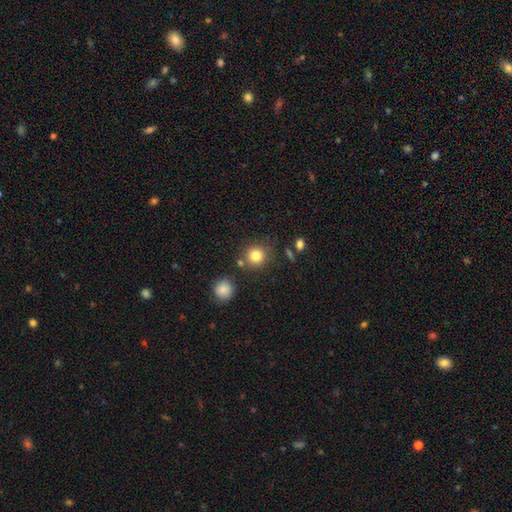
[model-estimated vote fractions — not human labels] A smooth galaxy with no disk features (82%) that is round (90%).

Vote fractions:
- Smooth or featured? smooth: 82% / star or artifact: 11% / featured or disk: 7%
- How rounded? round: 90% / in between: 9% / cigar-shaped: 1%
- Merging? none: 78% / minor disturbance: 10% / merger: 9% / major disturbance: 4%